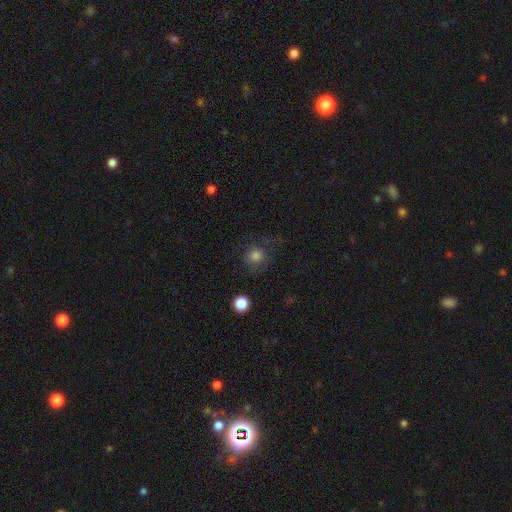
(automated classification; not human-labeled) A smooth galaxy with no disk features (76%) that is round (89%).

Vote fractions:
- Smooth or featured? smooth: 76% / star or artifact: 14% / featured or disk: 10%
- How rounded? round: 89% / in between: 10% / cigar-shaped: 1%
- Merging? none: 69% / minor disturbance: 16% / major disturbance: 13% / merger: 2%